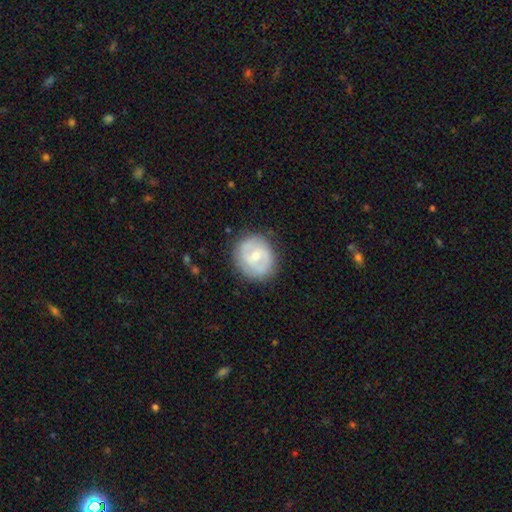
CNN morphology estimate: A featured or disk galaxy (58%) with a weak bar (47%), spiral arms (62%) and a moderate central bulge (50%). Merging: none (80%).